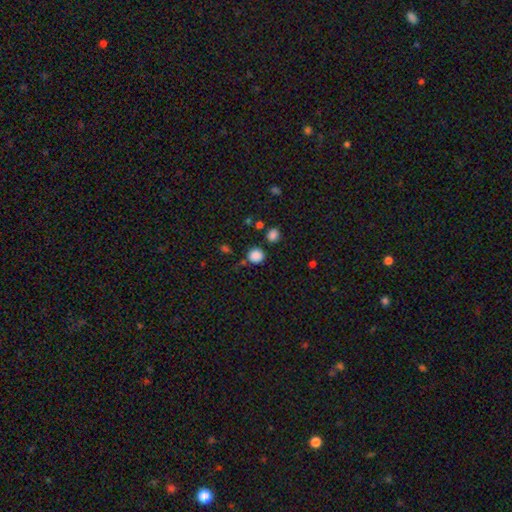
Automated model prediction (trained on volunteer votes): Smooth or featured?
  - smooth: 85% *
  - star or artifact: 11%
  - featured or disk: 4%
How rounded?
  - round: 89% *
  - in between: 10%
  - cigar-shaped: 1%
Merging?
  - none: 78% *
  - minor disturbance: 12%
  - merger: 6%
  - major disturbance: 4%